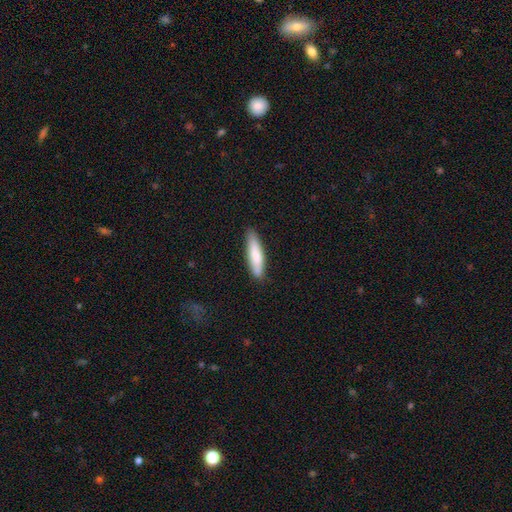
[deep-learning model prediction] This is likely a smooth galaxy (78%). How rounded: likely cigar-shaped (72%). Merging: clearly none (84%).